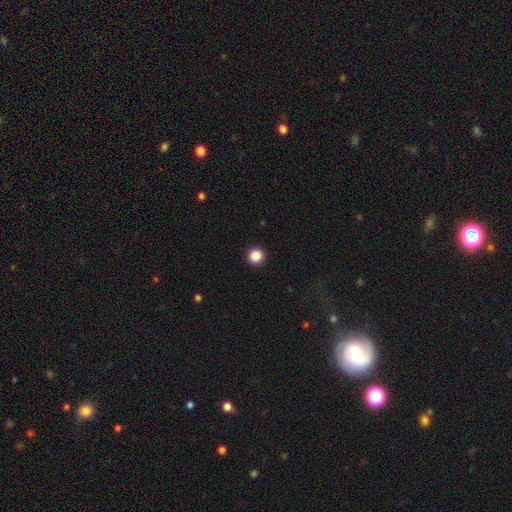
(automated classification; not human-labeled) Smooth or featured? smooth (87%)
How rounded? round (95%)
Merging? none (94%)